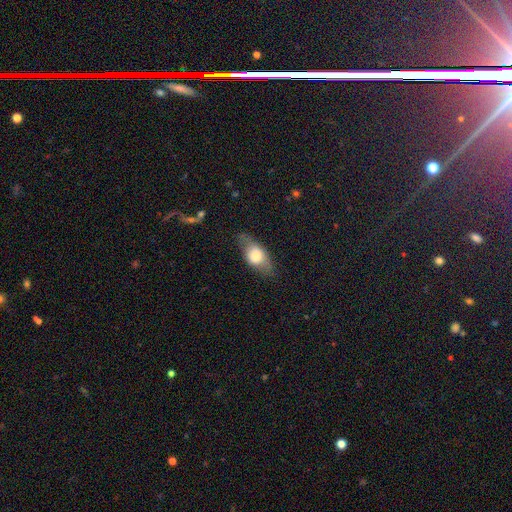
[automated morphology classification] Smooth or featured? smooth (63%)
How rounded? in between (79%)
Merging? none (69%)